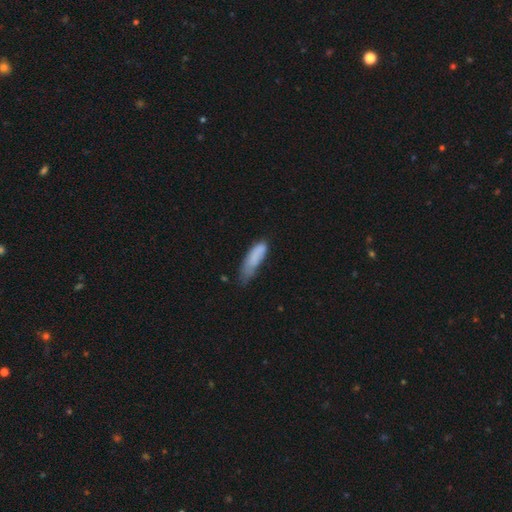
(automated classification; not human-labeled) A smooth galaxy with no disk features (80%) that is in between round and cigar-shaped (50%). Merging: minor disturbance (43%).